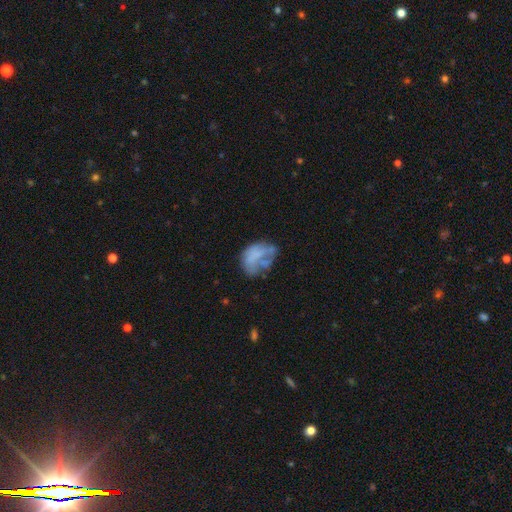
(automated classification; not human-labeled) Smooth or featured? Predicted: smooth (p=0.47). Merging? Predicted: none (p=0.38).